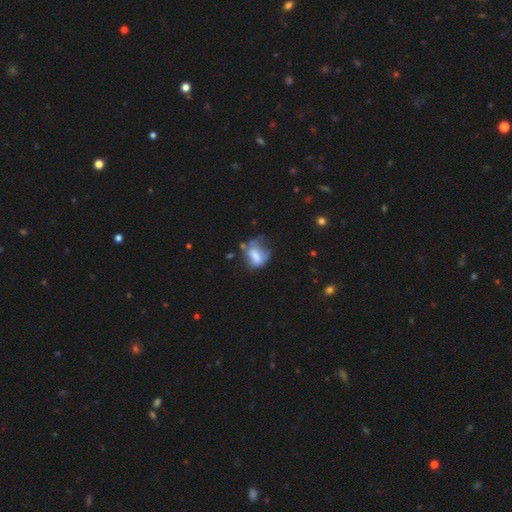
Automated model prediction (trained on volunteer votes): smooth_or_featured: smooth (p=0.58) [alt: featured or disk p=0.31]
how_rounded: in between (p=0.64) [alt: round p=0.33]
merging: none (p=0.30) [tied with: minor disturbance p=0.30]